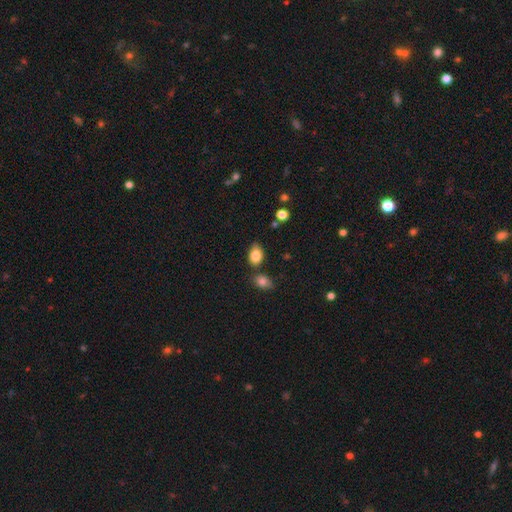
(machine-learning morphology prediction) Q: Smooth or featured?
A: smooth (84%); runner-up: star or artifact (9%)
Q: How rounded?
A: in between (81%); runner-up: round (18%)
Q: Merging?
A: none (67%); runner-up: minor disturbance (19%)